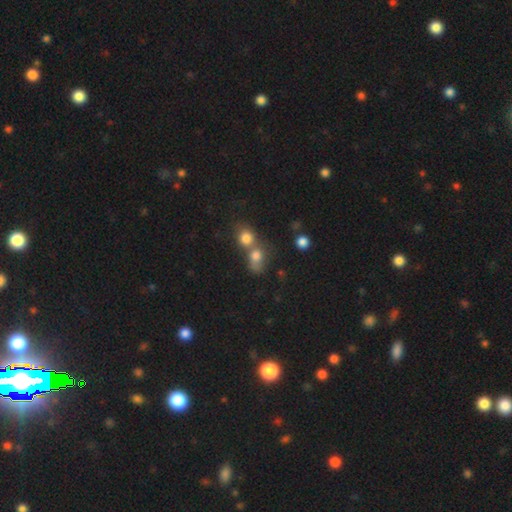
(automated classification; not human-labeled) A smooth galaxy with no disk features (74%) that is round (63%).

Vote fractions:
- Smooth or featured? smooth: 74% / star or artifact: 14% / featured or disk: 12%
- How rounded? round: 63% / in between: 35% / cigar-shaped: 2%
- Merging? merger: 62% / none: 25% / minor disturbance: 7% / major disturbance: 5%